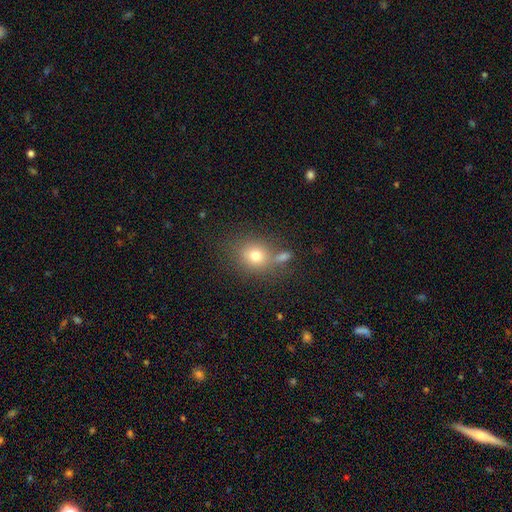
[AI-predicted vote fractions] Morphology: type=smooth (74%); roundness=round (71%); merging=none (62%).